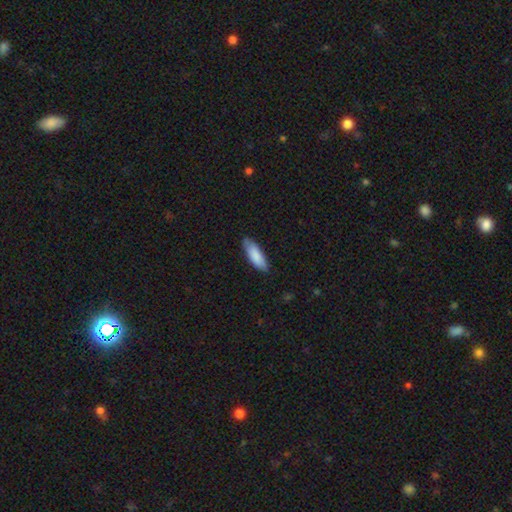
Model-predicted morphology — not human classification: Smooth or featured?
  - smooth: 84% *
  - featured or disk: 10%
  - star or artifact: 5%
How rounded?
  - in between: 59% *
  - cigar-shaped: 39%
  - round: 1%
Merging?
  - none: 78% *
  - minor disturbance: 18%
  - major disturbance: 3%
  - merger: 1%